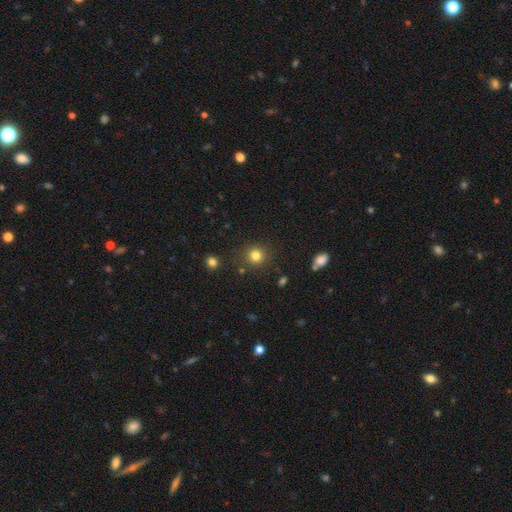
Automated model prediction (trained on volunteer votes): smooth_or_featured: smooth (p=0.82) [alt: star or artifact p=0.13]
how_rounded: round (p=0.91) [alt: in between p=0.09]
merging: none (p=0.86) [alt: minor disturbance p=0.08]